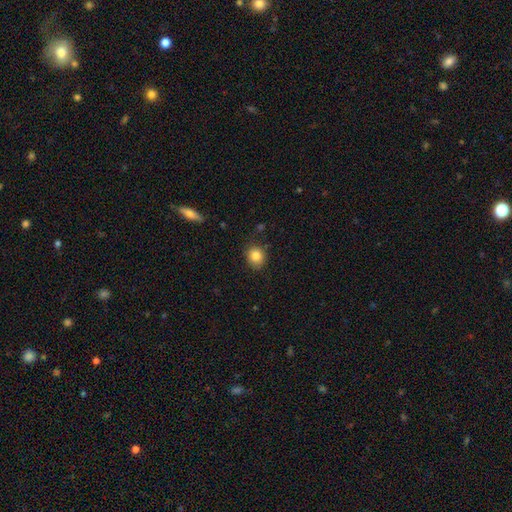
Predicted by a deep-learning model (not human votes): smooth 84%, star or artifact 10%, featured or disk 7%. Down the decision tree: how rounded — round (74%); merging — none (83%).